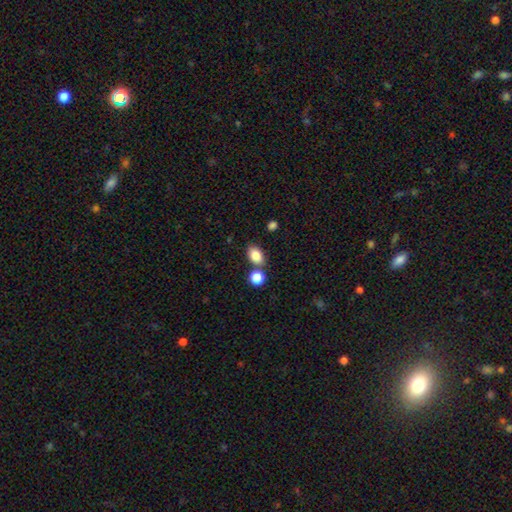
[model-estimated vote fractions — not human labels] Smooth or featured?
  - smooth: 85% *
  - star or artifact: 9%
  - featured or disk: 6%
How rounded?
  - in between: 80% *
  - round: 19%
  - cigar-shaped: 1%
Merging?
  - none: 71% *
  - merger: 15%
  - minor disturbance: 11%
  - major disturbance: 3%